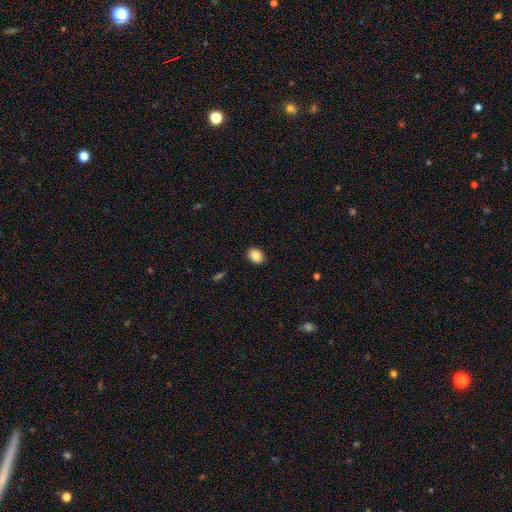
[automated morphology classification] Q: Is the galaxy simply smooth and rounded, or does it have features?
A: smooth — 86%.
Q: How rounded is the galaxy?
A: in between — 60%.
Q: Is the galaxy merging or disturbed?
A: none — 90%.